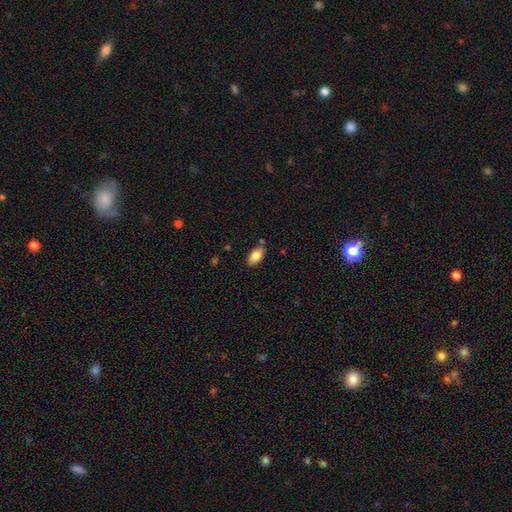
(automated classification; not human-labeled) This is clearly a smooth galaxy (83%). How rounded: clearly in between (93%). Merging: likely none (80%).